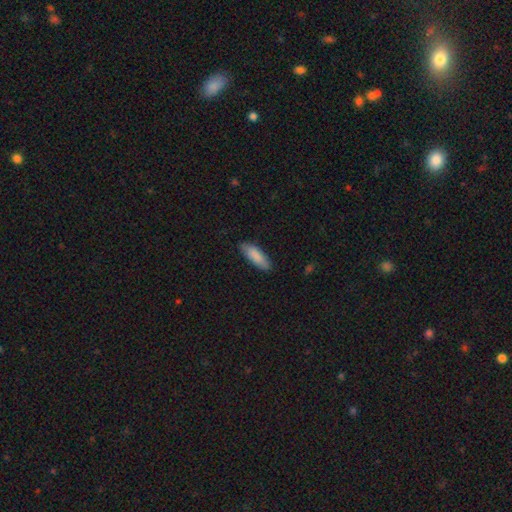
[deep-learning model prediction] The model was most divided on "how rounded": in between: 54%, cigar-shaped: 44%, round: 1%. More confident: smooth or featured — smooth (87%); merging — none (83%).